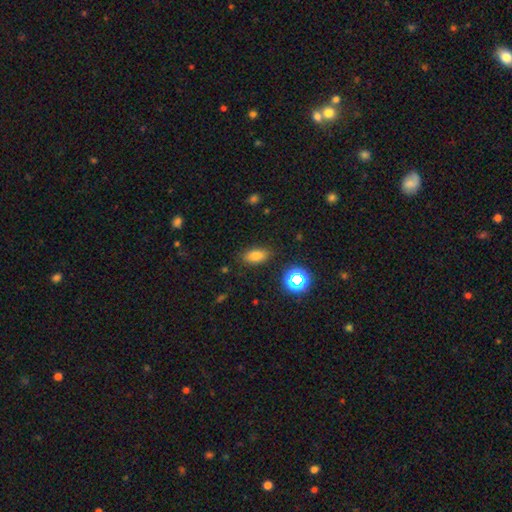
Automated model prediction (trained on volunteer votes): smooth 76%, star or artifact 15%, featured or disk 8%. Down the decision tree: how rounded — in between (84%); merging — none (85%).